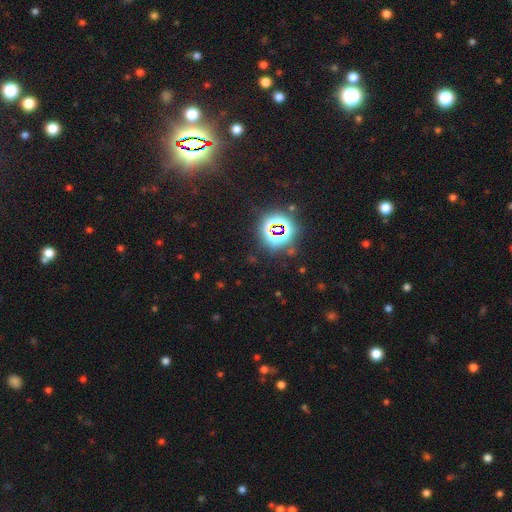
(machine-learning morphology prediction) Overall: star or artifact (83%).